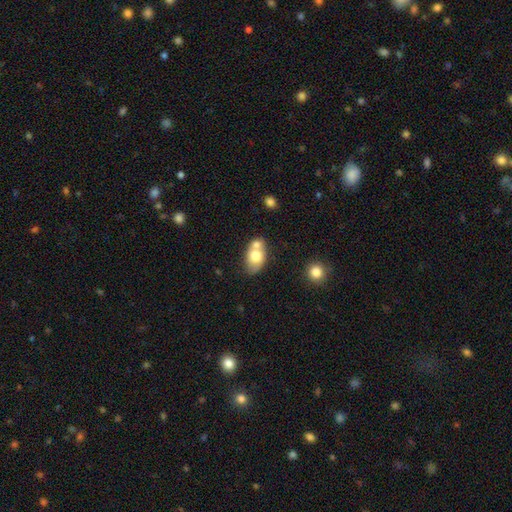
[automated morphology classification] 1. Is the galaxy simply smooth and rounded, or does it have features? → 71% smooth, 22% featured or disk, 7% star or artifact.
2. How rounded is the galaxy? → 81% in between, 17% round, 2% cigar-shaped.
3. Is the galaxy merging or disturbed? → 44% merger, 39% none, 13% minor disturbance, 4% major disturbance.